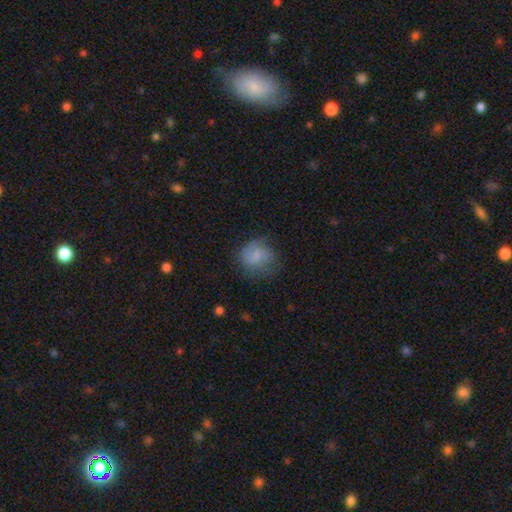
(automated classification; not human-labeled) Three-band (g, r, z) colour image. It shows a smooth galaxy with no disk features (63%) that is round (76%). Merging: none (61%).